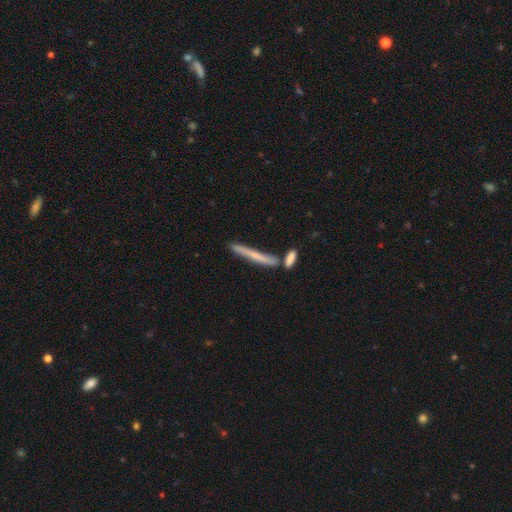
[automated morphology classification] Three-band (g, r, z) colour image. It shows a smooth galaxy with no disk features (54%) that is cigar-shaped (95%). Merging: none (70%).